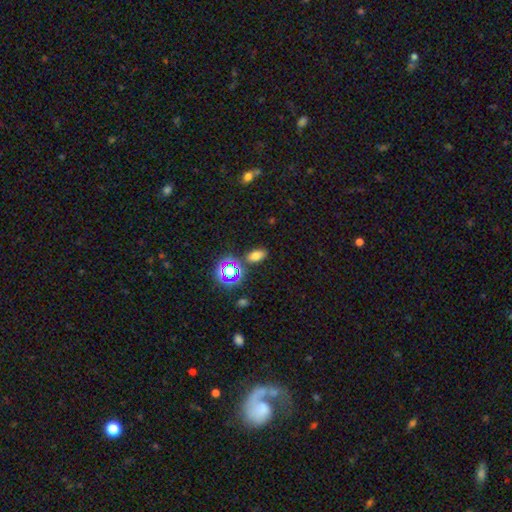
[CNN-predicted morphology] This appears to be a smooth galaxy with no disk features (68%) that is in between round and cigar-shaped (87%). Merging: none (81%).